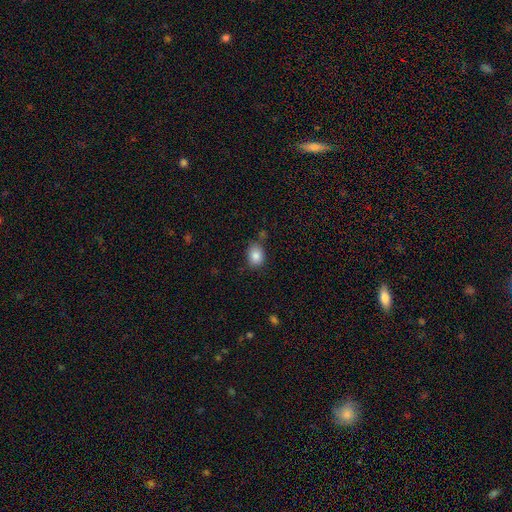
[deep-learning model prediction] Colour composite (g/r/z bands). It shows a smooth galaxy with no disk features (85%) that is in between round and cigar-shaped (54%). Merging: none (74%).